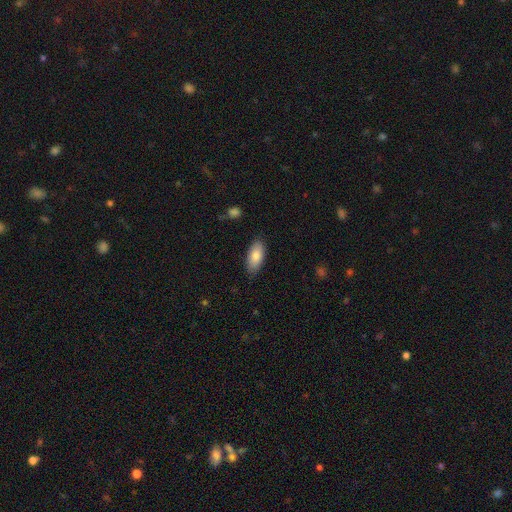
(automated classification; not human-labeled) Smooth or featured? smooth (84%)
How rounded? in between (88%)
Merging? none (85%)